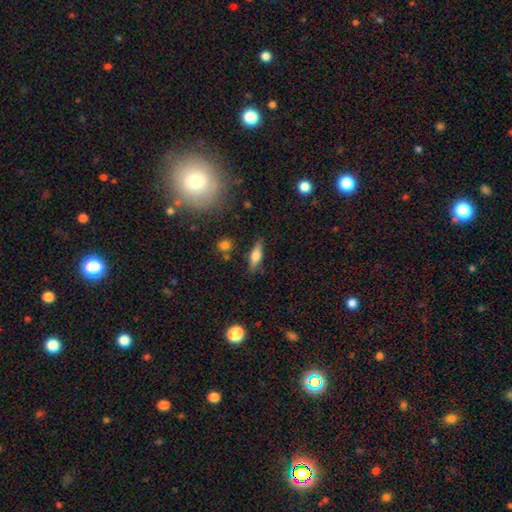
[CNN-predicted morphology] Q: Smooth or featured?
A: smooth (53%); runner-up: featured or disk (39%)
Q: How rounded?
A: cigar-shaped (52%); runner-up: in between (45%)
Q: Merging?
A: none (81%); runner-up: minor disturbance (13%)